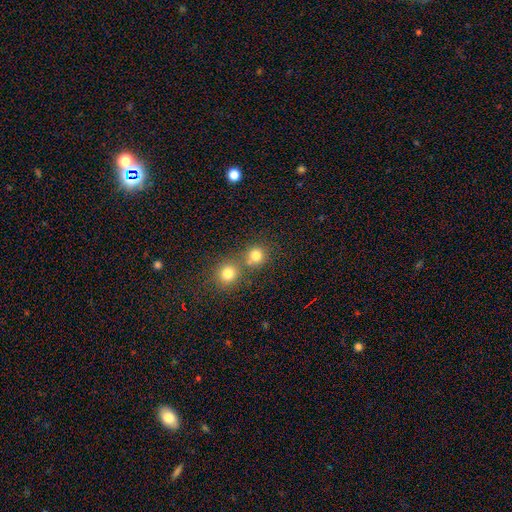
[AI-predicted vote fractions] A smooth galaxy with no disk features (78%) that is round (88%). Merging: none (55%).